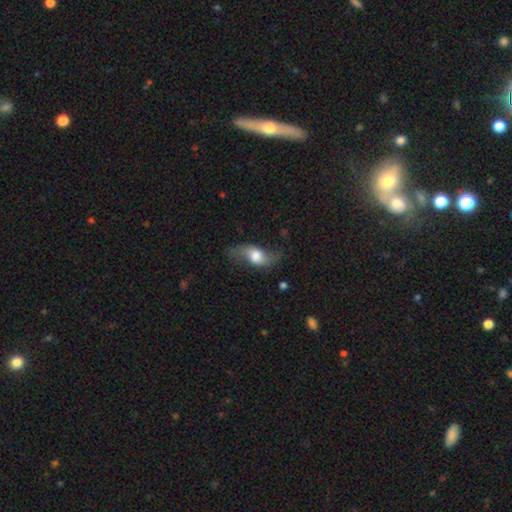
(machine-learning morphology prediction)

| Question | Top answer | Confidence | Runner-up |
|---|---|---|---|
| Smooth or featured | featured or disk | 51% | smooth (42%) |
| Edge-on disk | no | 80% | yes (20%) |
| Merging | none | 57% | minor disturbance (25%) |